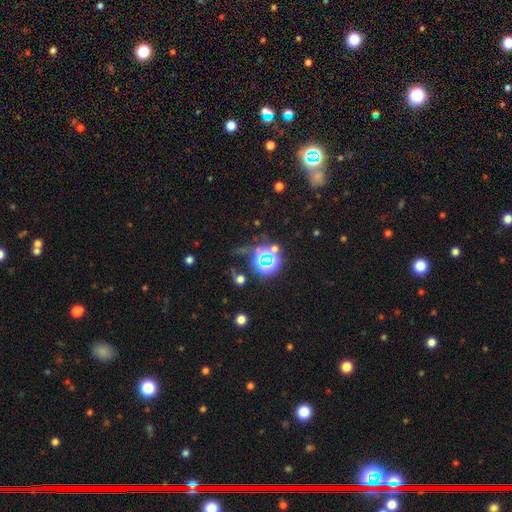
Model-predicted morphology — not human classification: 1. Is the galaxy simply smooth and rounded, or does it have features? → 67% star or artifact, 18% smooth, 15% featured or disk.